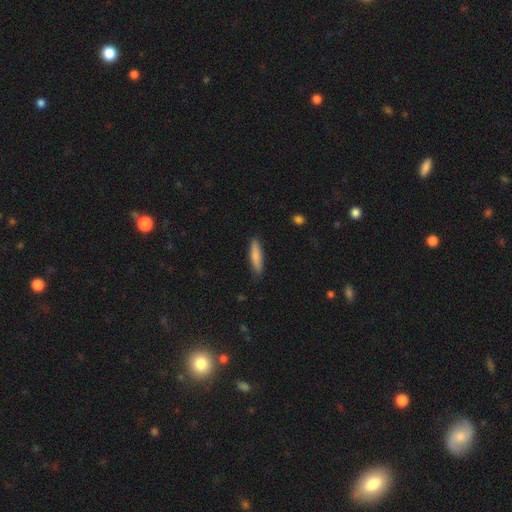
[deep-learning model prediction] A smooth galaxy with no disk features (78%) that is cigar-shaped (76%). Merging: none (85%).